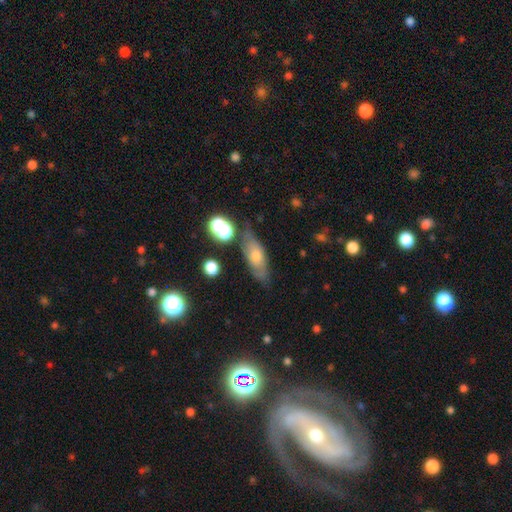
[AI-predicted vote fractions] Q: Smooth or featured?
A: smooth (54%); runner-up: featured or disk (35%)
Q: How rounded?
A: in between (68%); runner-up: cigar-shaped (26%)
Q: Merging?
A: none (68%); runner-up: minor disturbance (19%)